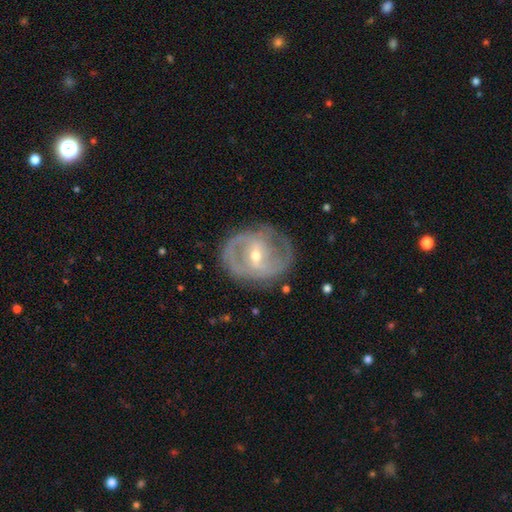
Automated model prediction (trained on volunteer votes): Smooth or featured? Predicted: featured or disk (p=0.83). Edge-on disk? Predicted: no (p=0.96). Bar? Predicted: weak (p=0.42). Spiral arms? Predicted: yes (p=0.87). Spiral winding? Predicted: medium (p=0.45). Spiral arm count? Predicted: 2 (p=0.70). Bulge size? Predicted: small (p=0.54). Merging? Predicted: none (p=0.73).